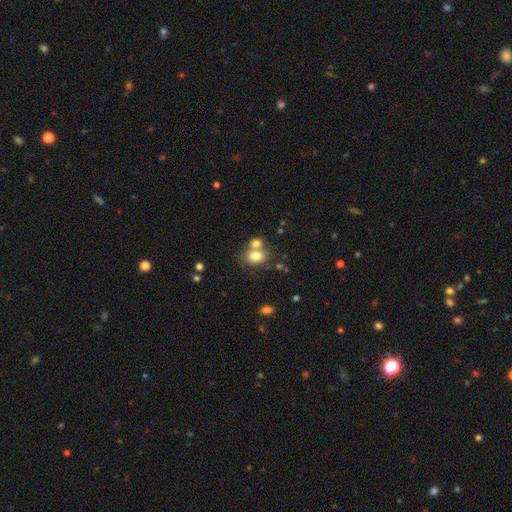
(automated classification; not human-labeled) smooth 77%, featured or disk 12%, star or artifact 11%. Down the decision tree: how rounded — in between (56%); merging — none (45%).